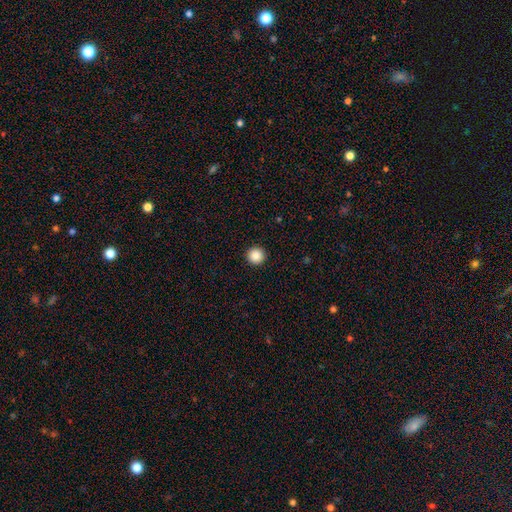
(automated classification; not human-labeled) Smooth or featured?
  - smooth: 88% *
  - star or artifact: 10%
  - featured or disk: 3%
How rounded?
  - round: 97% *
  - in between: 2%
  - cigar-shaped: 1%
Merging?
  - none: 94% *
  - minor disturbance: 4%
  - major disturbance: 1%
  - merger: 1%